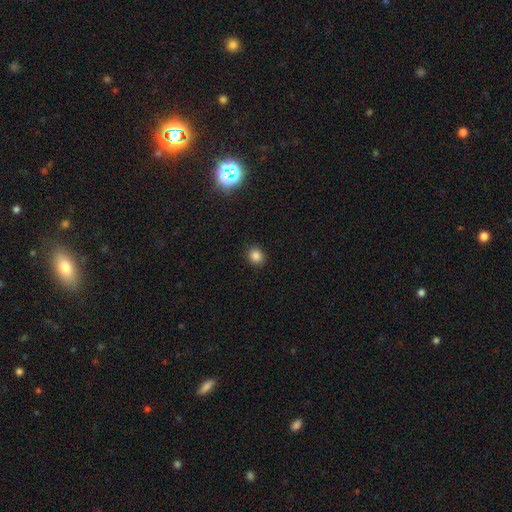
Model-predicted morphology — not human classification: type=smooth (84%); roundness=round (73%); merging=none (90%).